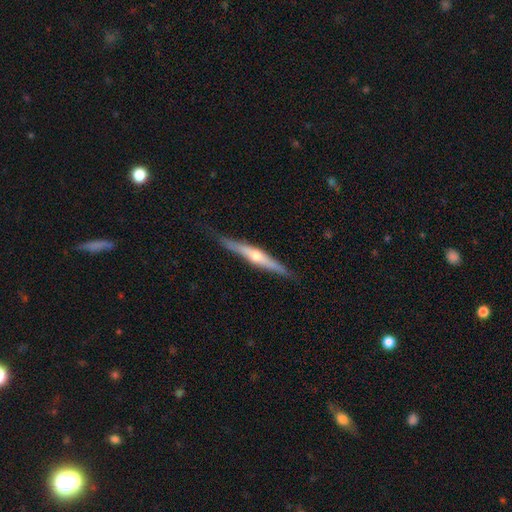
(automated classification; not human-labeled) Smooth or featured? featured or disk (68%)
Edge-on disk? yes (96%)
Edge-on bulge? rounded (84%)
Merging? none (84%)